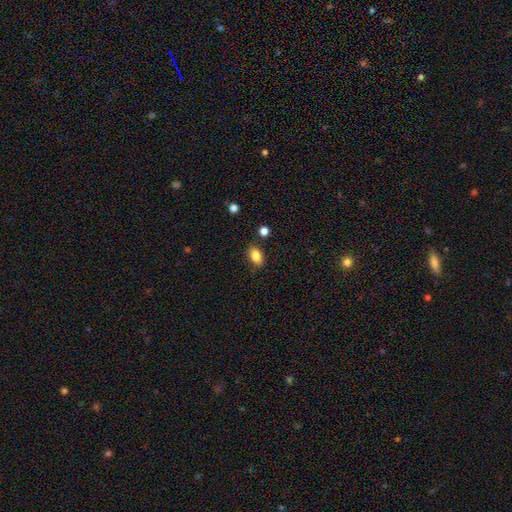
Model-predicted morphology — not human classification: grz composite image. It shows a smooth galaxy with no disk features (85%) that is in between round and cigar-shaped (84%). Merging: none (82%).